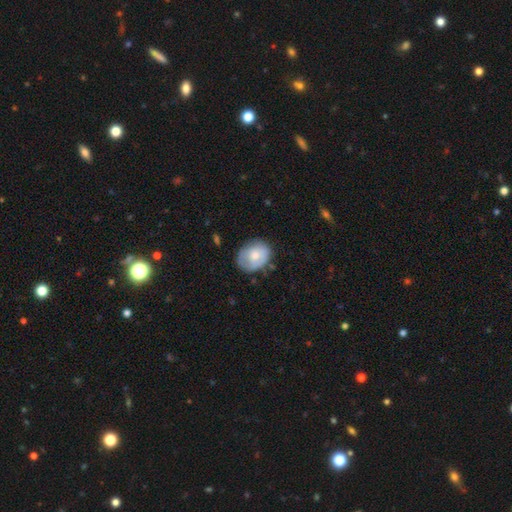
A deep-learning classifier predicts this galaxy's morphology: Smooth or featured: smooth — 64% (featured or disk — 29%)
How rounded: round — 51% (in between — 49%)
Merging: none — 65% (minor disturbance — 26%)